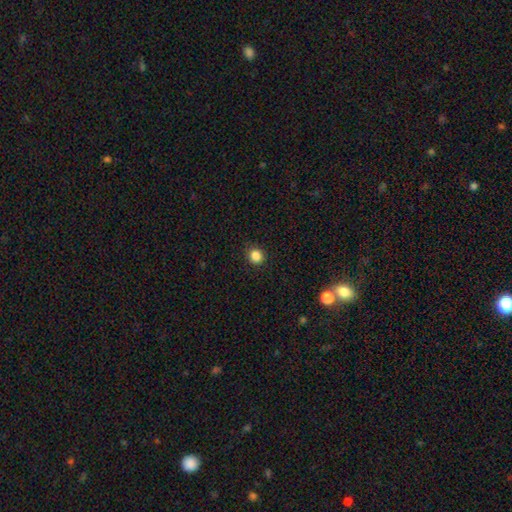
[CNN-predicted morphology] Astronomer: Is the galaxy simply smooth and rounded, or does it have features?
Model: smooth — 85%.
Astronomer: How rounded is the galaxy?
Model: round — 90%.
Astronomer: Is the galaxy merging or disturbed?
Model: none — 92%.